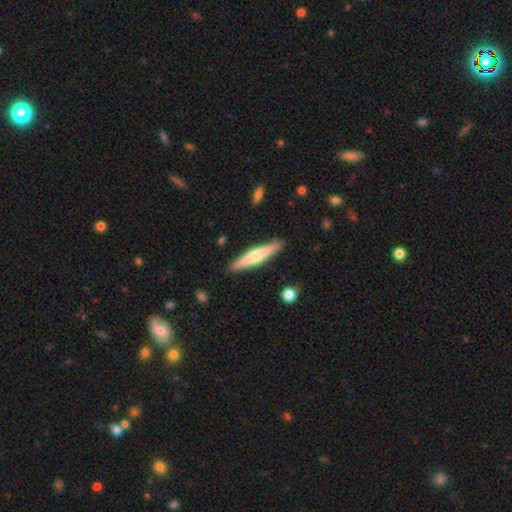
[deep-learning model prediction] Q: Smooth or featured?
A: featured or disk (50%); runner-up: smooth (45%)
Q: Merging?
A: none (89%); runner-up: minor disturbance (8%)